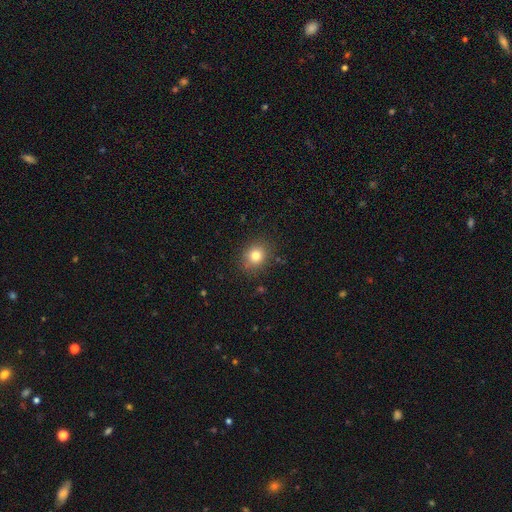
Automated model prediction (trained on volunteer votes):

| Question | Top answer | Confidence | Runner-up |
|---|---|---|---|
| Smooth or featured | smooth | 79% | star or artifact (12%) |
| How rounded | round | 67% | in between (32%) |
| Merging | none | 84% | minor disturbance (11%) |